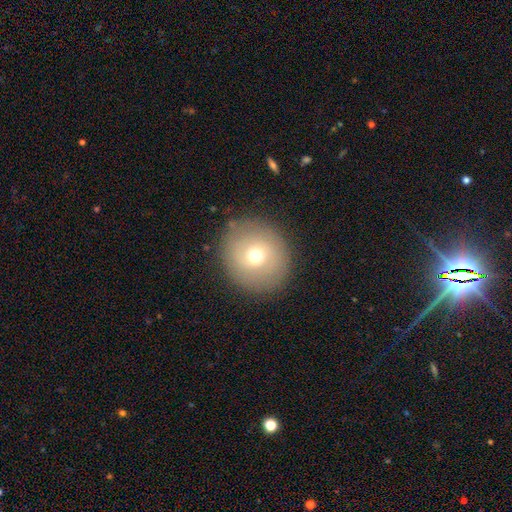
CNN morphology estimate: A smooth galaxy with no disk features (64%) that is round (89%). Merging: none (86%).